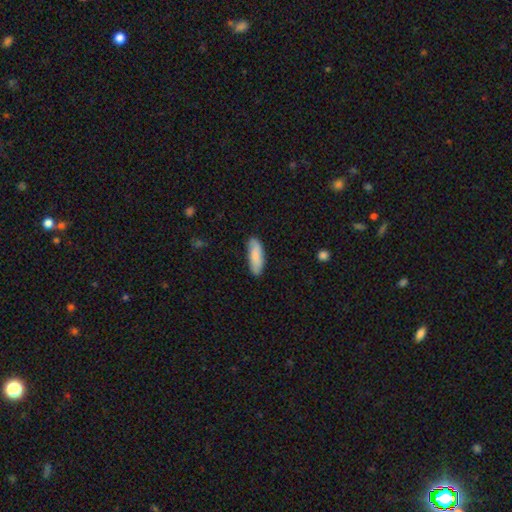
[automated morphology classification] A smooth galaxy with no disk features (83%) that is in between round and cigar-shaped (61%). Merging: none (83%).